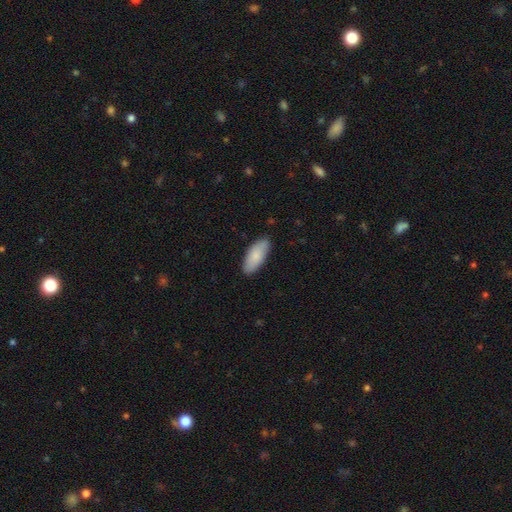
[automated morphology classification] A smooth galaxy with no disk features (84%) that is in between round and cigar-shaped (85%). Merging: none (86%).